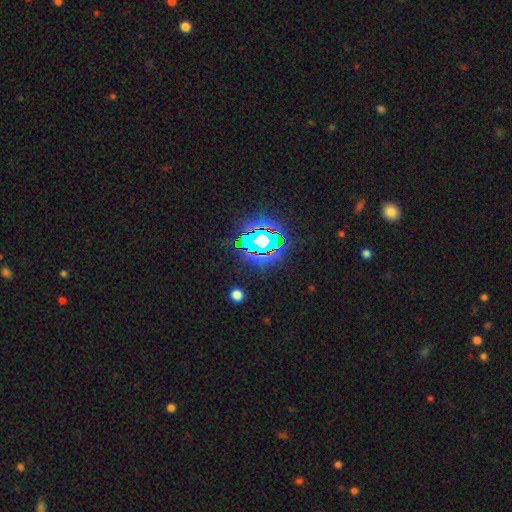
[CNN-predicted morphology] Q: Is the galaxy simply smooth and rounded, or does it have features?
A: star or artifact — 84%.